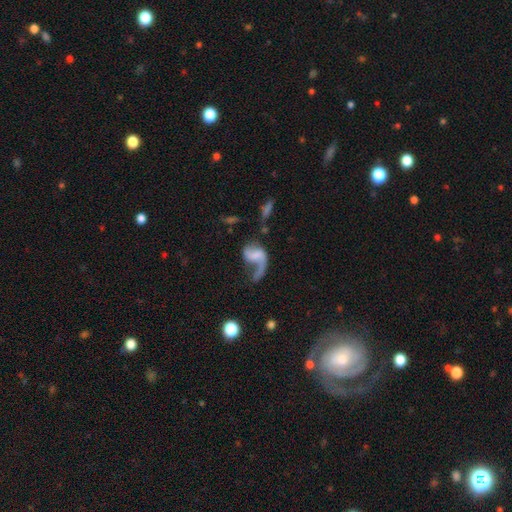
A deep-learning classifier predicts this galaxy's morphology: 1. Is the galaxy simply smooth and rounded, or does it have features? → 73% featured or disk, 18% smooth, 8% star or artifact.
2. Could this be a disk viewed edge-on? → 98% no, 2% yes.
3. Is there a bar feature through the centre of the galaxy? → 48% no, 37% weak, 15% strong.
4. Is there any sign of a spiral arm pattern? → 89% yes, 11% no.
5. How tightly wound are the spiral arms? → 78% loose, 18% medium, 4% tight.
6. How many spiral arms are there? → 48% 2, 47% 1, 2% can't tell, 1% 3, 1% 4, 1% more than 4.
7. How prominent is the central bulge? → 57% none, 21% small, 13% moderate, 7% large, 3% dominant.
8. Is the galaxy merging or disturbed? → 42% major disturbance, 32% none, 16% minor disturbance, 10% merger.